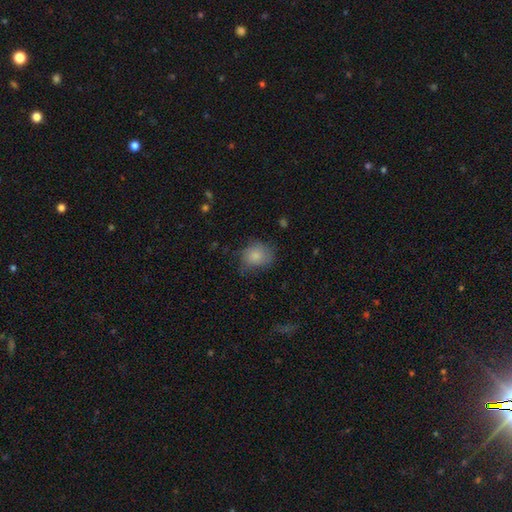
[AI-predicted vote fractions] A smooth galaxy with no disk features (81%) that is round (63%).

Vote fractions:
- Smooth or featured? smooth: 81% / featured or disk: 11% / star or artifact: 8%
- How rounded? round: 63% / in between: 36% / cigar-shaped: 1%
- Merging? none: 56% / minor disturbance: 31% / major disturbance: 11% / merger: 2%